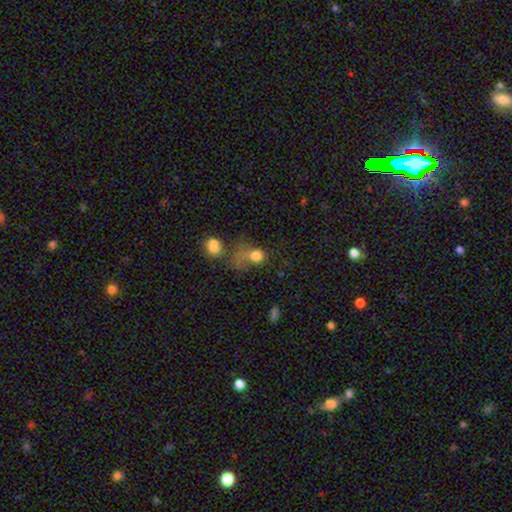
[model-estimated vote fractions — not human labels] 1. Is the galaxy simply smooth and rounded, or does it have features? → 75% smooth, 13% star or artifact, 12% featured or disk.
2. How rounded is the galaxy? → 59% round, 39% in between, 2% cigar-shaped.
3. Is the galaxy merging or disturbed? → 34% major disturbance, 26% none, 24% merger, 17% minor disturbance.